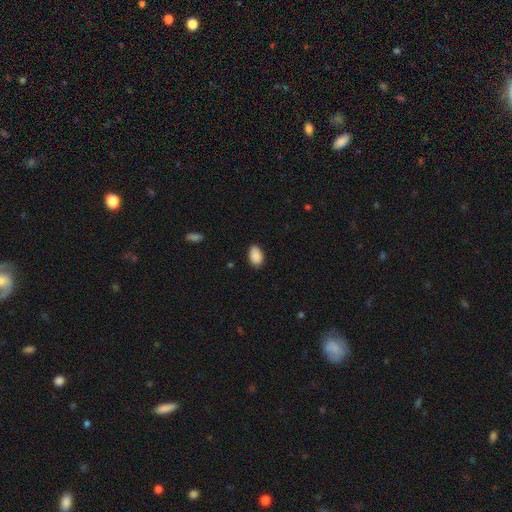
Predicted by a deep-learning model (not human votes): smooth_or_featured: smooth (p=0.90) [alt: star or artifact p=0.07]
how_rounded: in between (p=0.90) [alt: round p=0.08]
merging: none (p=0.86) [alt: minor disturbance p=0.11]